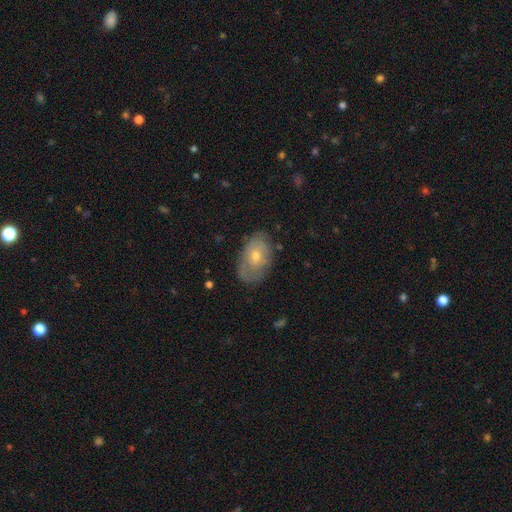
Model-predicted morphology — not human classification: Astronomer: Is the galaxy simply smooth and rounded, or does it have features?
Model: smooth — 50% (runner-up: featured or disk, 41%).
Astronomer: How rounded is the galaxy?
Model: in between — 87%.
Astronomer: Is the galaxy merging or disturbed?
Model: none — 72%.